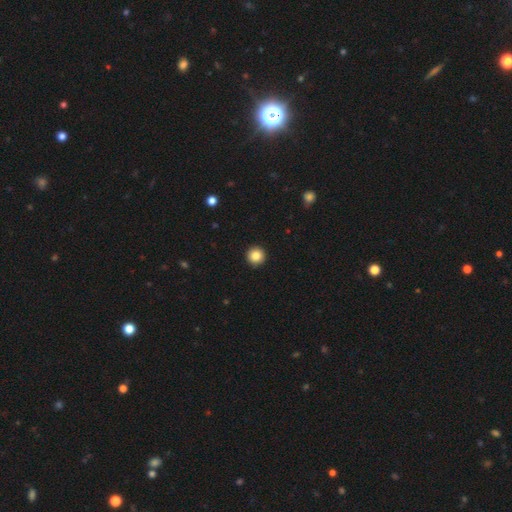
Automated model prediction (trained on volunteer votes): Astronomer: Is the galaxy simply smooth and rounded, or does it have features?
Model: smooth — 86%.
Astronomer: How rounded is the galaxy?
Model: round — 96%.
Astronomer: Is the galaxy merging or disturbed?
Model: none — 93%.